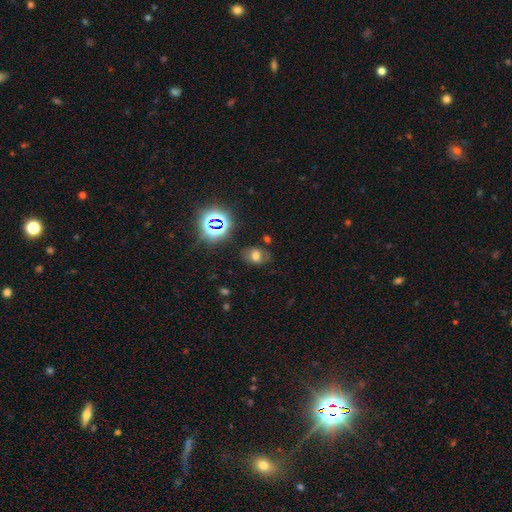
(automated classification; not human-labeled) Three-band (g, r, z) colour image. It shows a smooth galaxy with no disk features (57%) that is in between round and cigar-shaped (66%). Merging: none (73%).